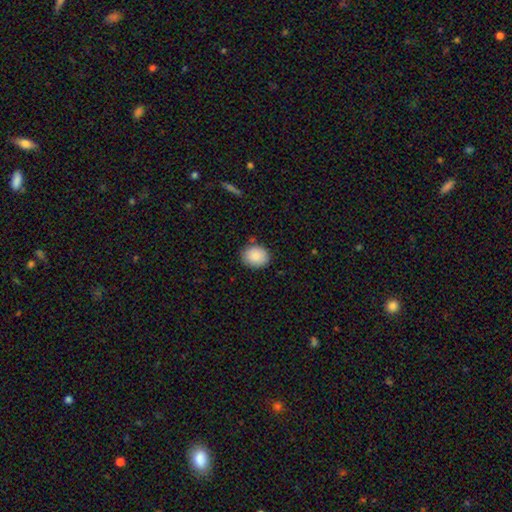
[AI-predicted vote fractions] smooth-or-featured: smooth: 88% | star or artifact: 7% | featured or disk: 5%
  how-rounded: round: 59% | in between: 40% | cigar-shaped: 1%
  merging: none: 84% | minor disturbance: 11% | major disturbance: 3% | merger: 2%